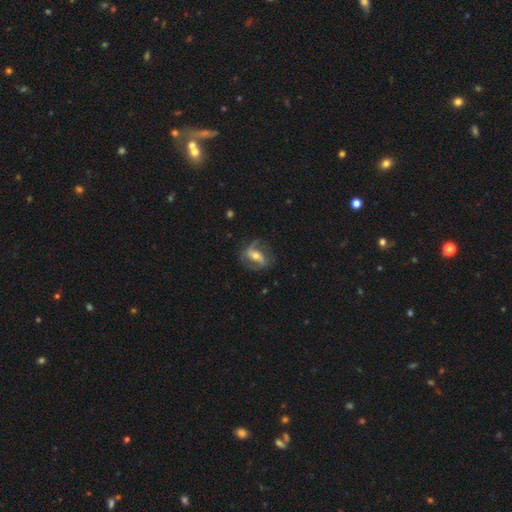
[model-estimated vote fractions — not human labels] Smooth or featured? featured or disk (78%)
Edge-on disk? no (93%)
Bar? strong (48%)
Spiral arms? yes (88%)
Spiral winding? medium (44%)
Spiral arm count? 2 (83%)
Bulge size? moderate (57%)
Merging? none (68%)